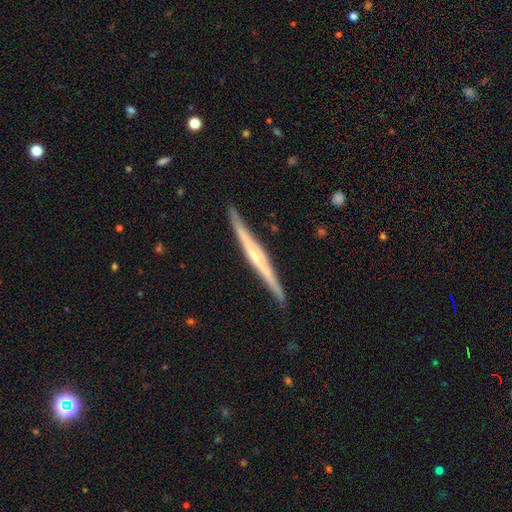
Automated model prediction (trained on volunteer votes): The model was most divided on "edge-on bulge": rounded: 55%, none: 34%, boxy: 11%. More confident: edge-on disk — yes (98%); merging — none (90%); smooth or featured — featured or disk (75%).